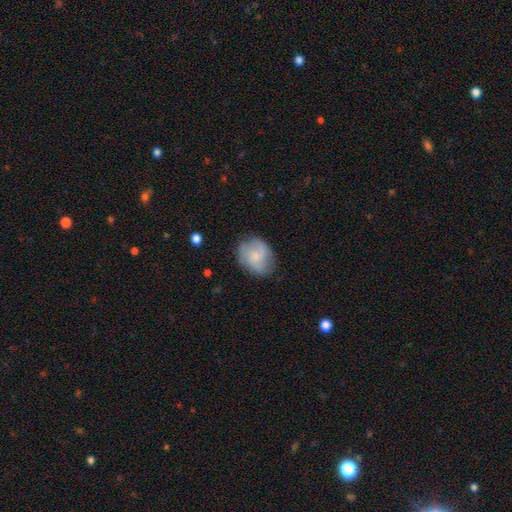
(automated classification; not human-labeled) Smooth or featured: smooth — 53% (featured or disk — 40%)
How rounded: round — 62% (in between — 37%)
Merging: none — 68% (minor disturbance — 22%)